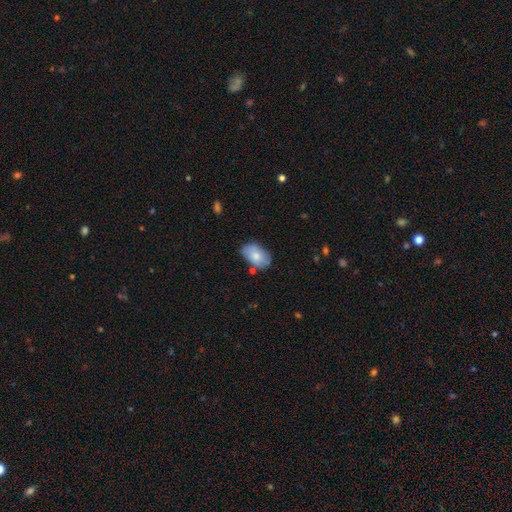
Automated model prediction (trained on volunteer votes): smooth-or-featured: smooth: 71% | featured or disk: 22% | star or artifact: 6%
  how-rounded: in between: 89% | round: 9% | cigar-shaped: 1%
  merging: none: 64% | minor disturbance: 26% | major disturbance: 6% | merger: 5%